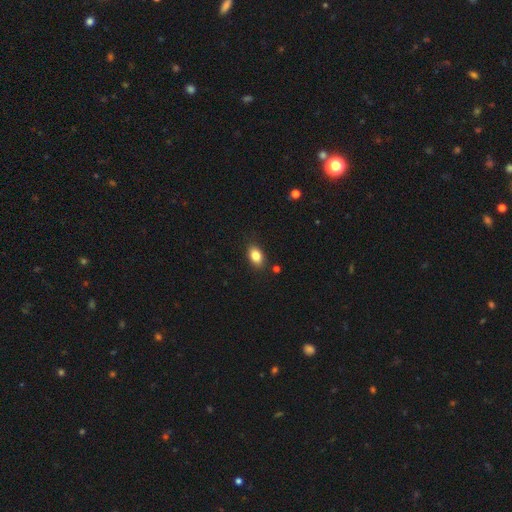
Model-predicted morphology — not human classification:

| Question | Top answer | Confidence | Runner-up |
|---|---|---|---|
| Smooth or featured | smooth | 83% | star or artifact (9%) |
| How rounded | in between | 87% | round (11%) |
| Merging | none | 86% | minor disturbance (10%) |